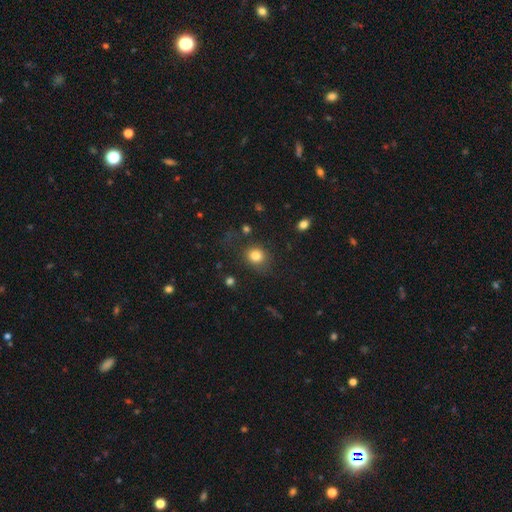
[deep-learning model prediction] This appears to be a smooth galaxy with no disk features (82%) that is round (71%). Merging: none (75%).